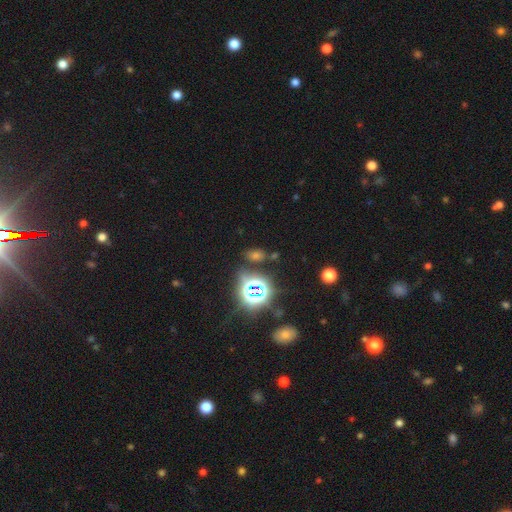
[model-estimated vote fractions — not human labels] The model was most divided on "smooth or featured": star or artifact: 46%, smooth: 43%, featured or disk: 11%.